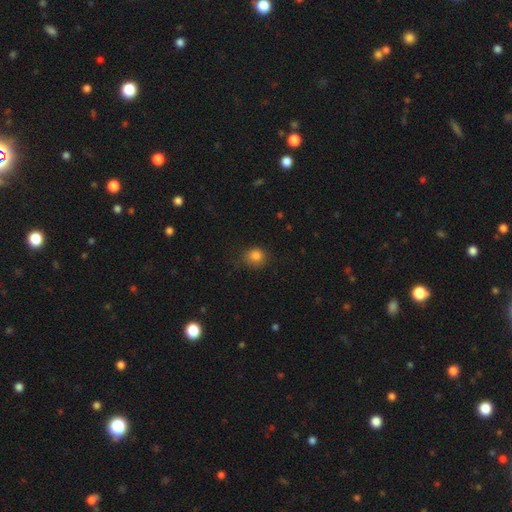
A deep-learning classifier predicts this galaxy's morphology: smooth 84%, star or artifact 11%, featured or disk 5%. Down the decision tree: how rounded — round (76%); merging — none (72%).